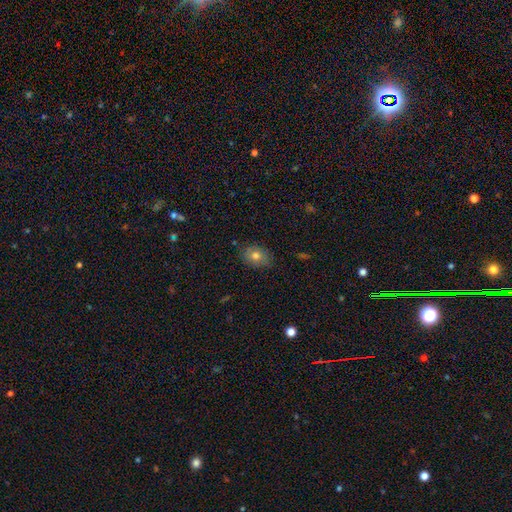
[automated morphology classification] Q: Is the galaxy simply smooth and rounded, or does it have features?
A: smooth — 76%.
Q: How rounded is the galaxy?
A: in between — 63%.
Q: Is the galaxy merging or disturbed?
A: none — 83%.